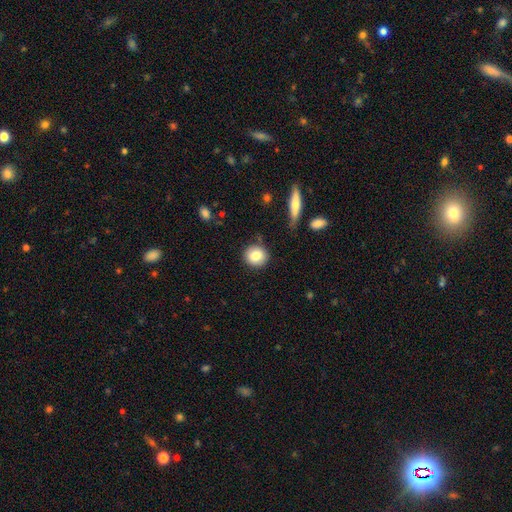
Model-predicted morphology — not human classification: type=smooth (83%); roundness=round (89%); merging=none (86%).